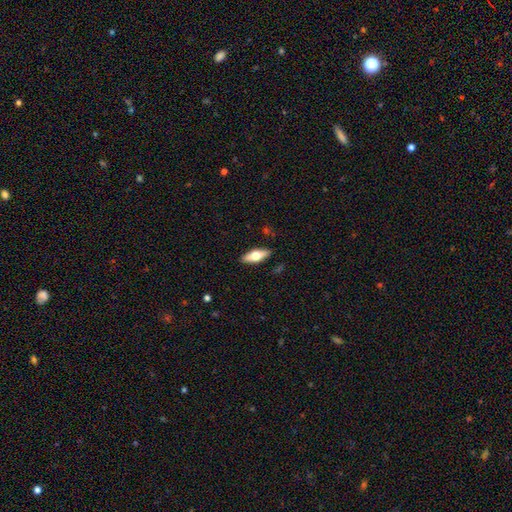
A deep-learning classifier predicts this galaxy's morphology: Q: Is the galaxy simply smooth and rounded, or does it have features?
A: smooth — 54%.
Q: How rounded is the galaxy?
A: in between — 66%.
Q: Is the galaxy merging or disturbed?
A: none — 88%.